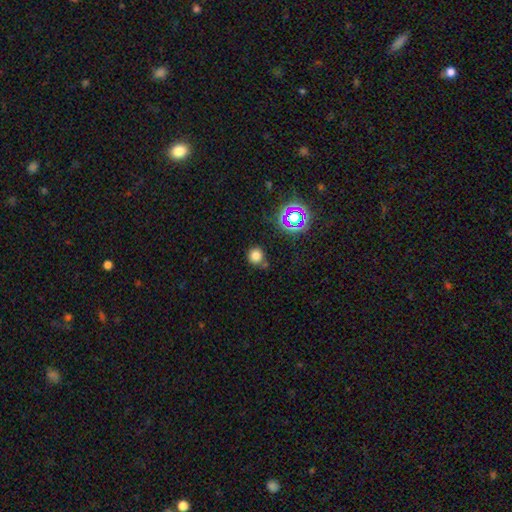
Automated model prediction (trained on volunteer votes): smooth 75%, star or artifact 18%, featured or disk 7%. Down the decision tree: how rounded — round (90%); merging — none (73%).